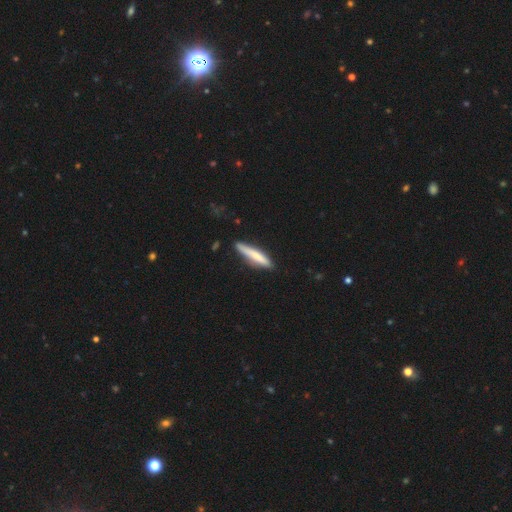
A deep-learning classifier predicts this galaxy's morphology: The model was most divided on "smooth or featured": smooth: 68%, featured or disk: 27%, star or artifact: 5%. More confident: how rounded — cigar-shaped (90%); merging — none (80%).